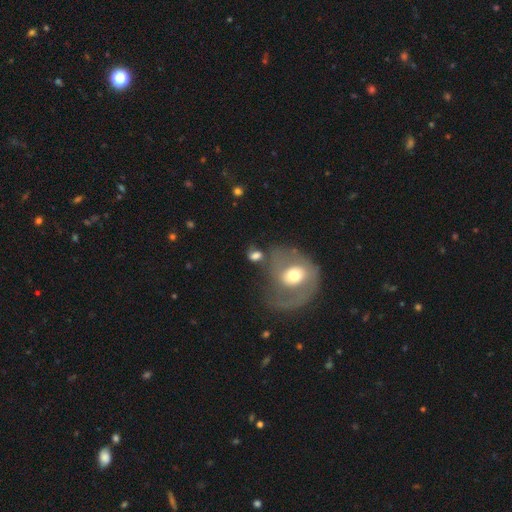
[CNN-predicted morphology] smooth-or-featured: smooth: 60% | featured or disk: 29% | star or artifact: 11%
  how-rounded: in between: 56% | round: 41% | cigar-shaped: 2%
  merging: none: 44% | merger: 20% | major disturbance: 19% | minor disturbance: 17%